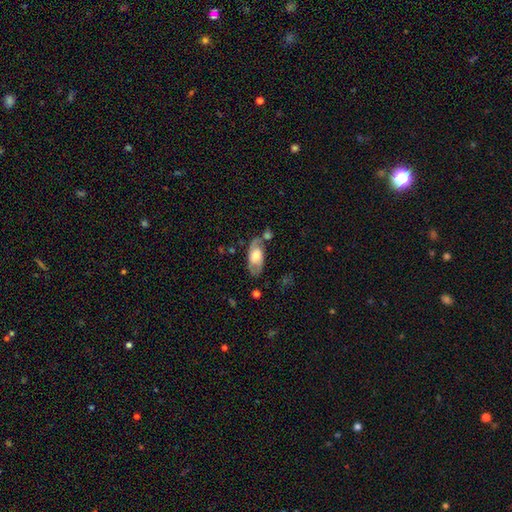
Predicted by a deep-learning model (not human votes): A featured or disk galaxy (55%). Merging: none (54%).